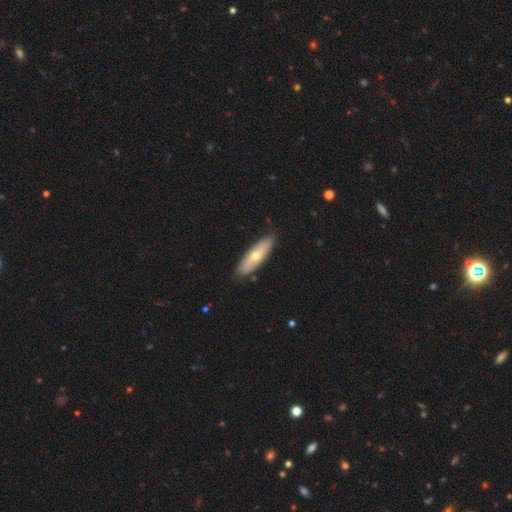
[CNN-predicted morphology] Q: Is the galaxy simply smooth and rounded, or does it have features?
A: smooth — 56%.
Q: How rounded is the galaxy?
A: in between — 50%.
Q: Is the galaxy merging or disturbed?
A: none — 86%.